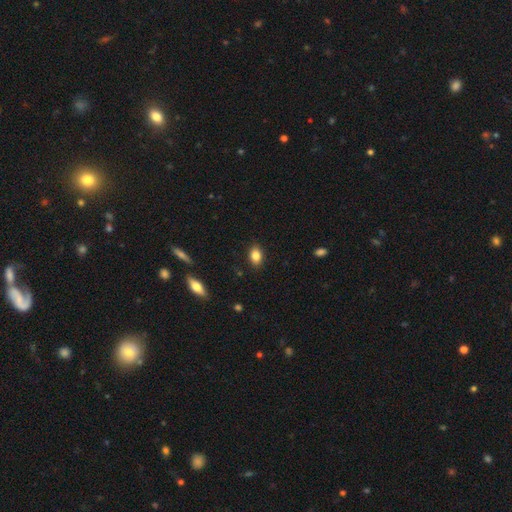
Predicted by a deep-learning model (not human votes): A smooth galaxy with no disk features (85%) that is in between round and cigar-shaped (80%). Merging: none (87%).